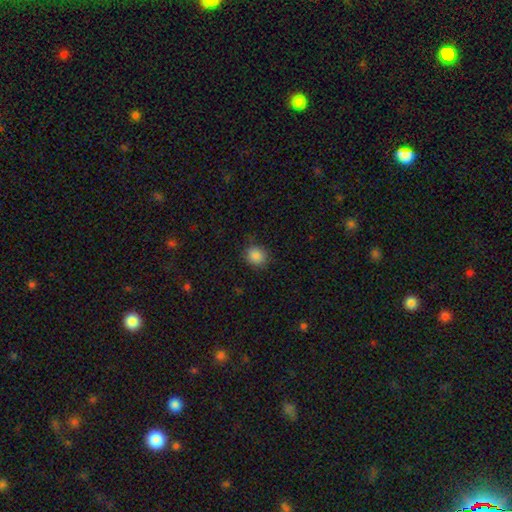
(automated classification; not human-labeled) smooth-or-featured: smooth: 87% | star or artifact: 10% | featured or disk: 3%
  how-rounded: round: 73% | in between: 26% | cigar-shaped: 1%
  merging: none: 85% | minor disturbance: 11% | major disturbance: 3% | merger: 1%